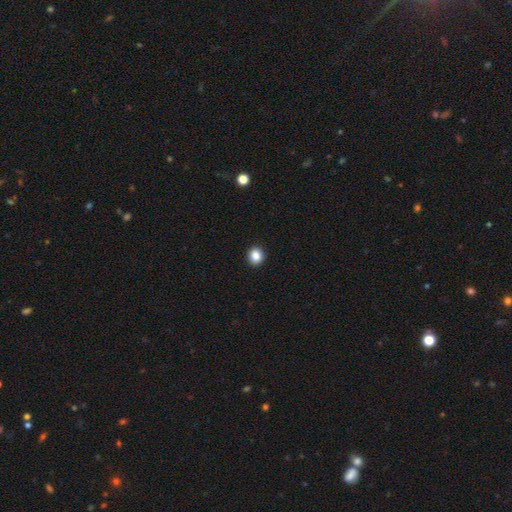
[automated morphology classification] Smooth or featured?
  - smooth: 86% *
  - star or artifact: 10%
  - featured or disk: 4%
How rounded?
  - round: 81% *
  - in between: 18%
  - cigar-shaped: 1%
Merging?
  - none: 93% *
  - minor disturbance: 5%
  - major disturbance: 2%
  - merger: 1%